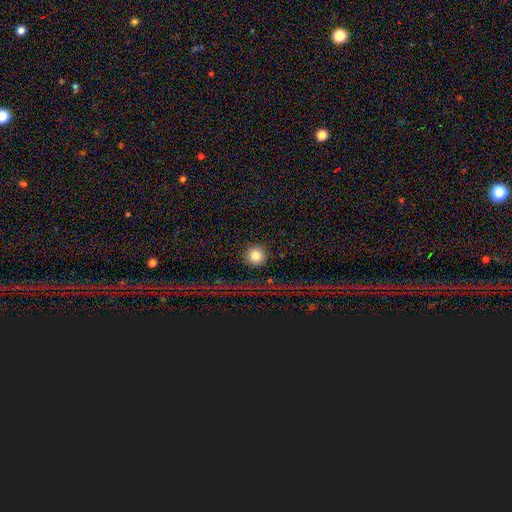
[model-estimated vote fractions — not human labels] smooth-or-featured: smooth: 78% | star or artifact: 13% | featured or disk: 8%
  how-rounded: round: 96% | in between: 3% | cigar-shaped: 1%
  merging: none: 89% | minor disturbance: 6% | major disturbance: 3% | merger: 2%